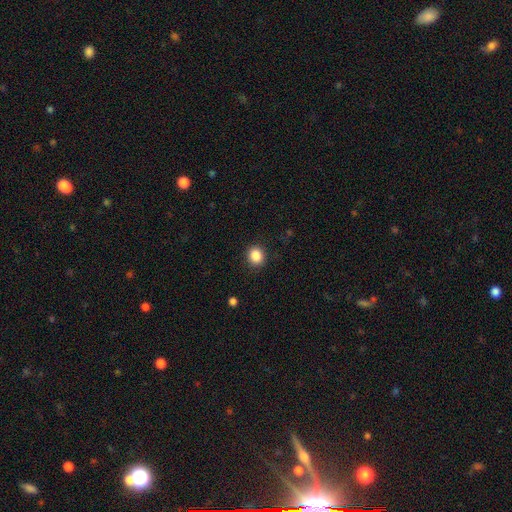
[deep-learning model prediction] Morphology: type=smooth (86%); roundness=round (78%); merging=none (89%).